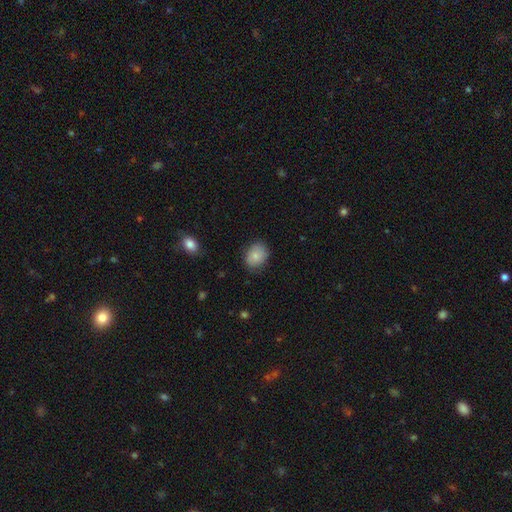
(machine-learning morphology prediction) Q: Smooth or featured?
A: smooth (80%); runner-up: featured or disk (13%)
Q: How rounded?
A: in between (56%); runner-up: round (44%)
Q: Merging?
A: none (79%); runner-up: minor disturbance (17%)